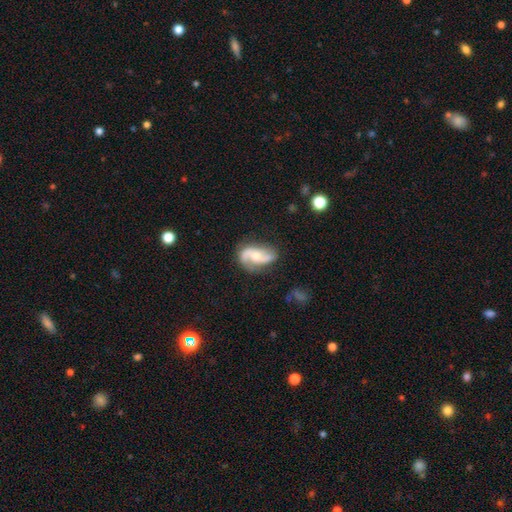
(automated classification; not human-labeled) Overall: featured or disk (77%). Edge-on disk: no (96%). Bar: no (56%; weak 32%). Spiral arms: yes (93%). Spiral arm count: 2 (87%). Spiral winding: loose (49%; medium 38%). Bulge size: moderate (58%; small 34%). Merging: none (65%).